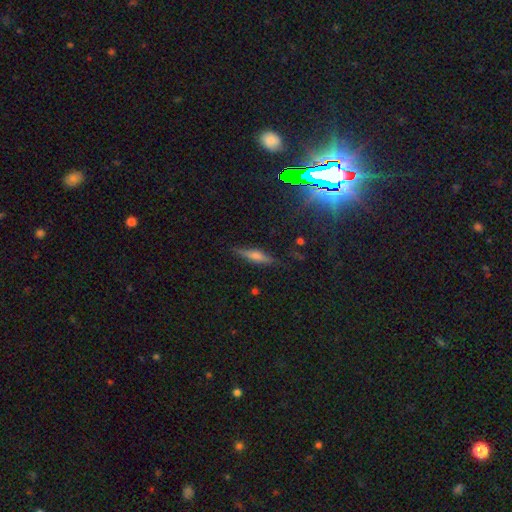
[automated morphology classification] Smooth or featured: featured or disk — 47% (smooth — 38%)
Merging: none — 84% (minor disturbance — 12%)